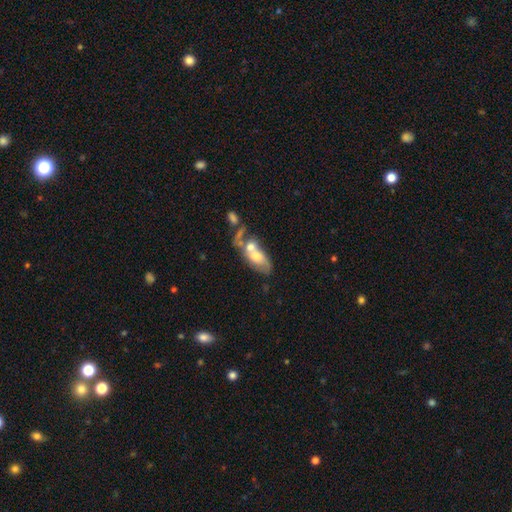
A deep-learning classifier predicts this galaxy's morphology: The model was most divided on "smooth or featured": smooth: 50%, featured or disk: 42%, star or artifact: 9%. More confident: merging — merger (58%).